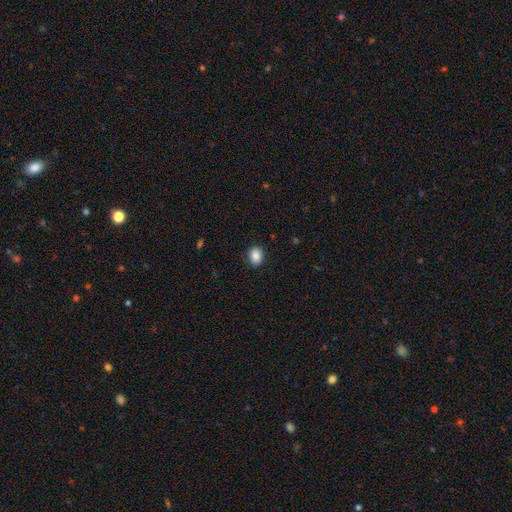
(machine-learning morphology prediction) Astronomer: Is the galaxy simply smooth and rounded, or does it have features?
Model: smooth — 88%.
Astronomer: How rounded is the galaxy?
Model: in between — 57% (runner-up: round, 42%).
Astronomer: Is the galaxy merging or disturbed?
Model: none — 88%.